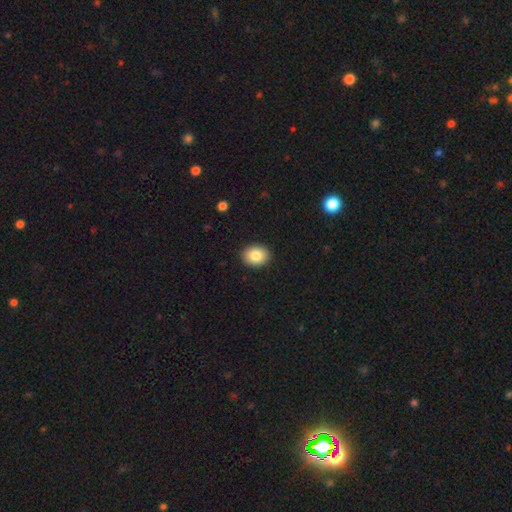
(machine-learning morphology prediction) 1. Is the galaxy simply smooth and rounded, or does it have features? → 84% smooth, 8% star or artifact, 7% featured or disk.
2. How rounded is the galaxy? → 52% round, 47% in between, 1% cigar-shaped.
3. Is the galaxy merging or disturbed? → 91% none, 6% minor disturbance, 2% major disturbance, 1% merger.